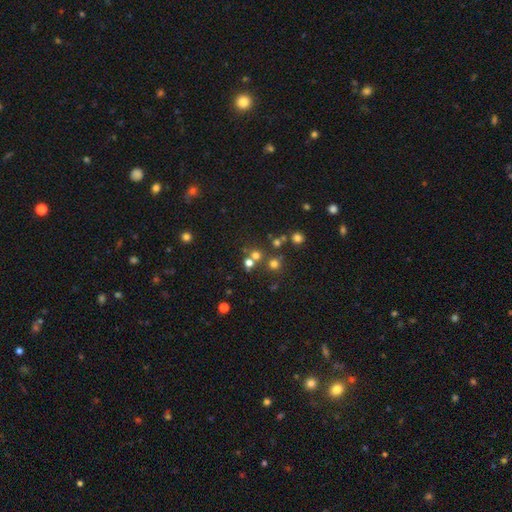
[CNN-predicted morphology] This is likely a smooth galaxy (62%). How rounded: clearly round (89%). Merging: likely none (64%).